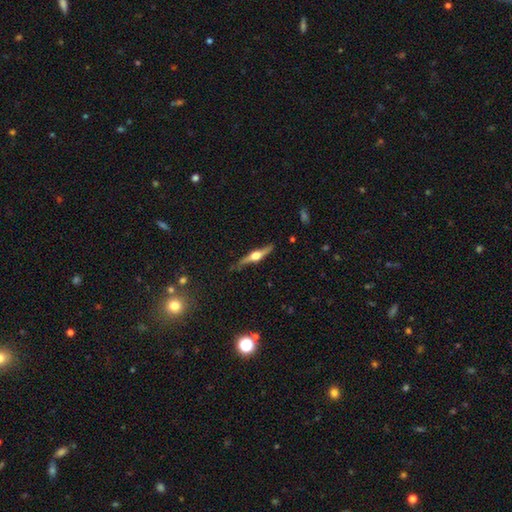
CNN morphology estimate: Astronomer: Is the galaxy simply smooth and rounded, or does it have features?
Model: featured or disk — 76%.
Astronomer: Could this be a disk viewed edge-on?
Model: yes — 96%.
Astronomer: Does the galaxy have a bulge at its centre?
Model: rounded — 94%.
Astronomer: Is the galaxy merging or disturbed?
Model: none — 78%.